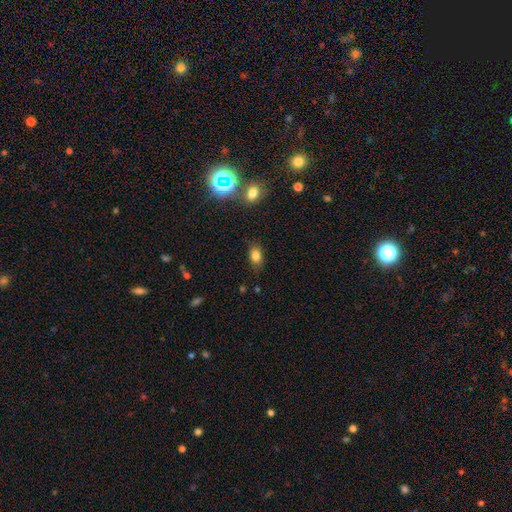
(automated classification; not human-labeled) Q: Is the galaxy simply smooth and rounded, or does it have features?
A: smooth — 80%.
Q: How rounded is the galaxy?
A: in between — 81%.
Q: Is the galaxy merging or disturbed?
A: none — 79%.